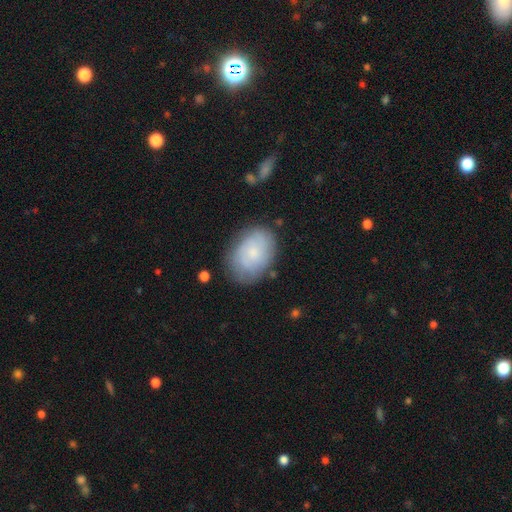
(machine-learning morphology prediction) Smooth or featured? Predicted: smooth (p=0.50). Merging? Predicted: none (p=0.71).